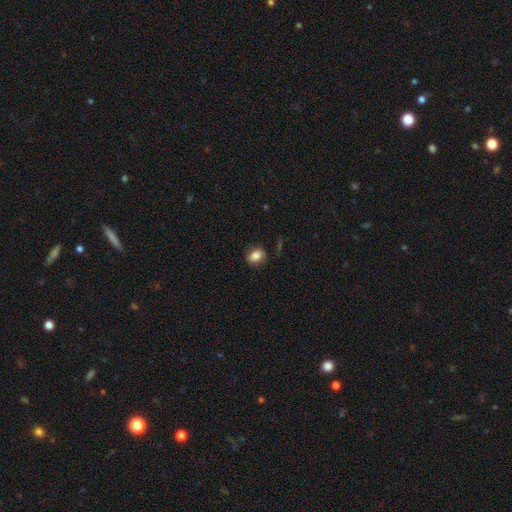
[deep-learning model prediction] Morphology: type=smooth (85%); roundness=in between (65%); merging=none (84%).